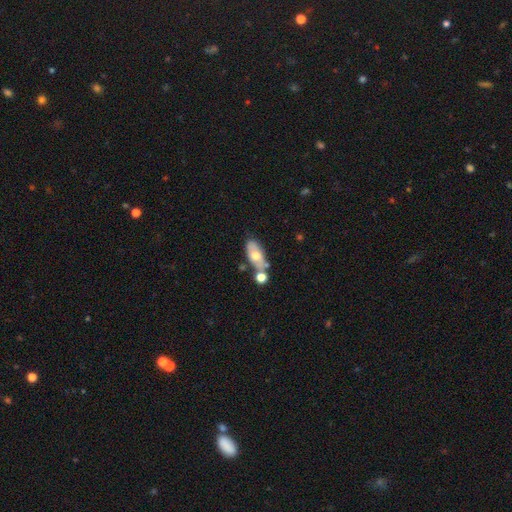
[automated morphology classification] Smooth or featured? Predicted: smooth (p=0.53). How rounded? Predicted: in between (p=0.83). Merging? Predicted: none (p=0.49).